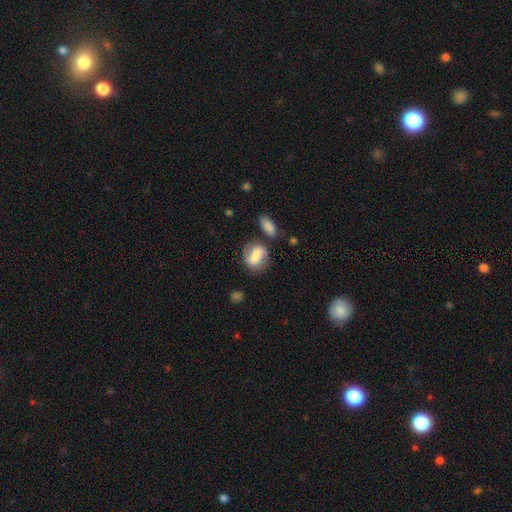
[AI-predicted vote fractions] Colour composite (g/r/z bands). It shows a smooth galaxy with no disk features (56%) that is in between round and cigar-shaped (63%). Merging: none (58%).